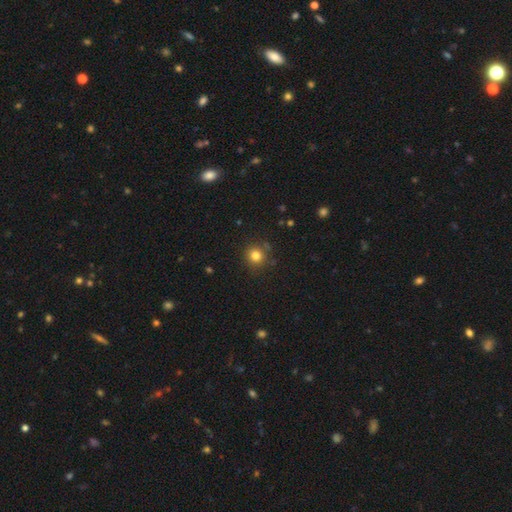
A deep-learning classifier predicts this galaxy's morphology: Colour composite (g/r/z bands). It shows a smooth galaxy with no disk features (80%) that is round (91%). Merging: none (85%).